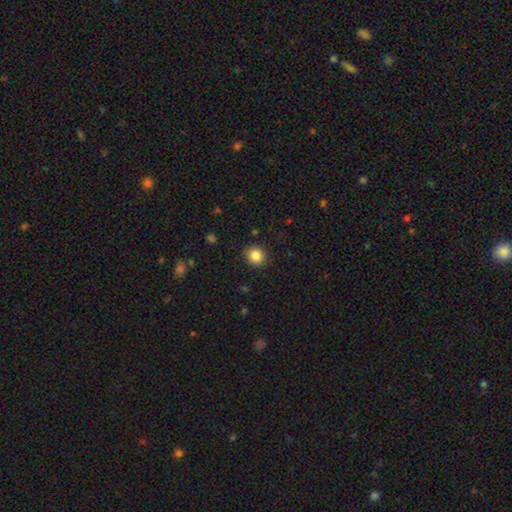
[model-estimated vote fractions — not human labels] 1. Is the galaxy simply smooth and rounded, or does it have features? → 85% smooth, 10% star or artifact, 5% featured or disk.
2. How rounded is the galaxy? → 80% round, 19% in between, 1% cigar-shaped.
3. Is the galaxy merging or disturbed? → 89% none, 8% minor disturbance, 2% major disturbance, 1% merger.